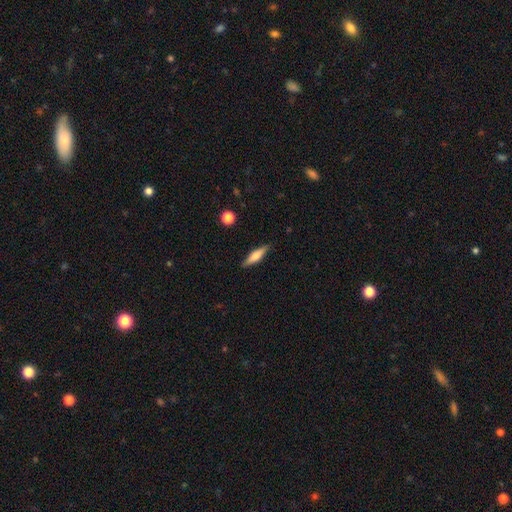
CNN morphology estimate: smooth_or_featured: smooth (p=0.52) [alt: featured or disk p=0.41]
how_rounded: cigar-shaped (p=0.74) [alt: in between p=0.24]
merging: none (p=0.87) [alt: minor disturbance p=0.09]